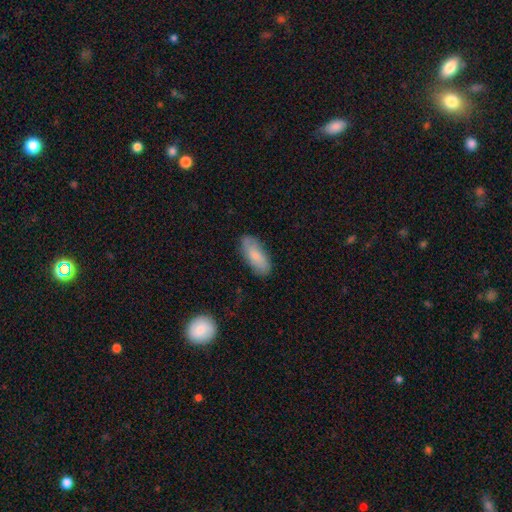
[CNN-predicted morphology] smooth_or_featured: smooth (p=0.76) [alt: featured or disk p=0.18]
how_rounded: in between (p=0.82) [alt: cigar-shaped p=0.16]
merging: none (p=0.82) [alt: minor disturbance p=0.14]